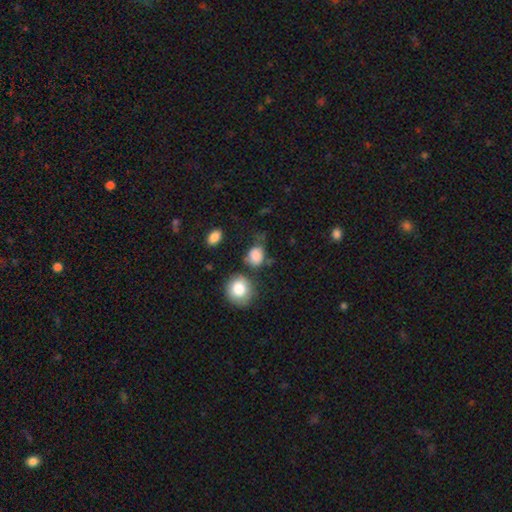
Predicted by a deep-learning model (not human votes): Q: Smooth or featured?
A: smooth (82%); runner-up: star or artifact (10%)
Q: How rounded?
A: round (59%); runner-up: in between (40%)
Q: Merging?
A: none (47%); runner-up: minor disturbance (27%)